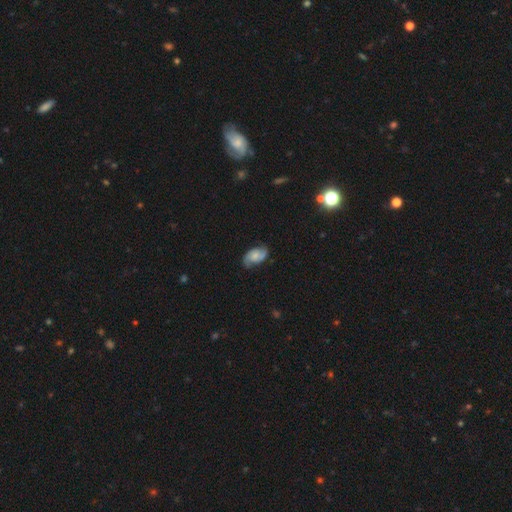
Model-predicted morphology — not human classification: Q: Smooth or featured?
A: featured or disk (69%); runner-up: smooth (24%)
Q: Edge-on disk?
A: no (97%); runner-up: yes (3%)
Q: Bar?
A: no (63%); runner-up: weak (31%)
Q: Spiral arms?
A: yes (94%); runner-up: no (6%)
Q: Spiral winding?
A: medium (46%); runner-up: tight (28%)
Q: Spiral arm count?
A: 2 (89%); runner-up: can't tell (6%)
Q: Bulge size?
A: small (43%); runner-up: moderate (31%)
Q: Merging?
A: none (77%); runner-up: minor disturbance (17%)